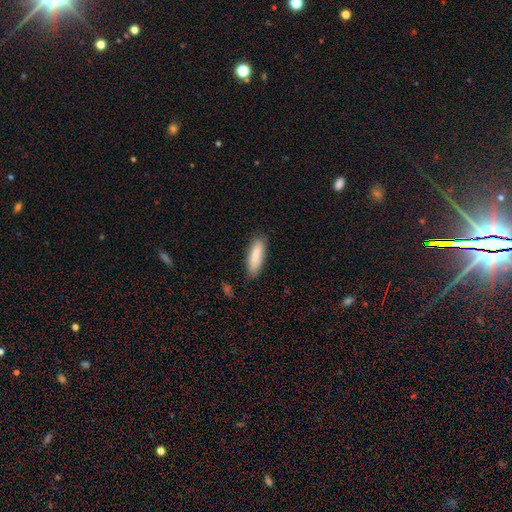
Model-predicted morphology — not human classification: type=smooth (85%); roundness=cigar-shaped (50%); merging=none (82%).